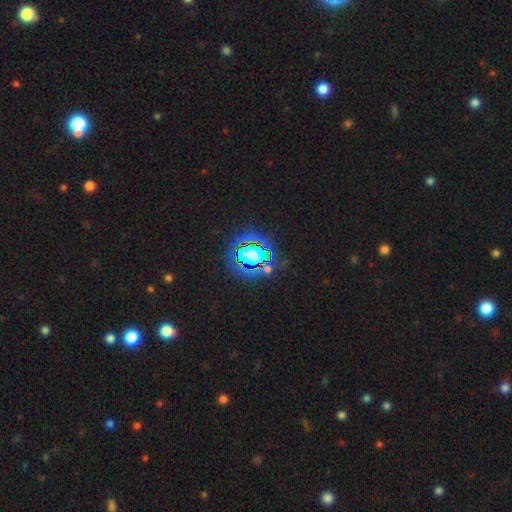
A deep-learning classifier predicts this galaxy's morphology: A star or artifact, not a galaxy (81%).